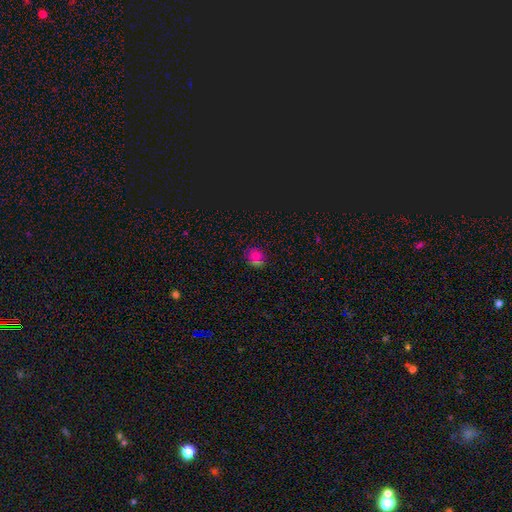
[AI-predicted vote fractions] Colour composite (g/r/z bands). It shows a smooth galaxy with no disk features (65%) that is round (75%). Merging: none (81%).